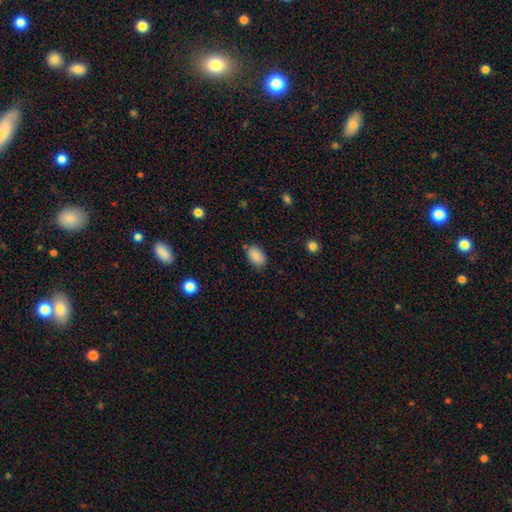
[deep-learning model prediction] smooth-or-featured: smooth: 88% | star or artifact: 7% | featured or disk: 5%
  how-rounded: in between: 90% | round: 9% | cigar-shaped: 1%
  merging: none: 78% | minor disturbance: 16% | major disturbance: 3% | merger: 2%